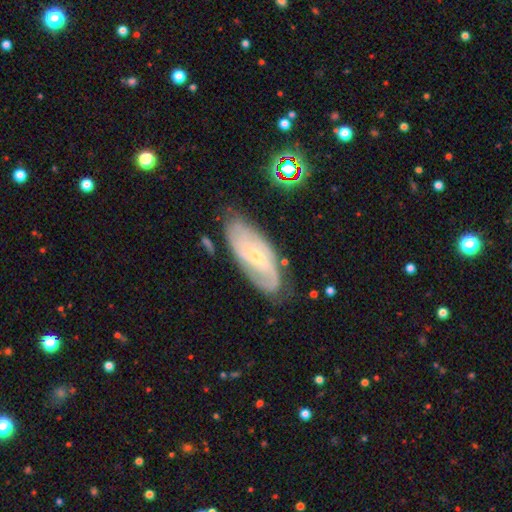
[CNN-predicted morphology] featured or disk 75%, smooth 17%, star or artifact 7%. Down the decision tree: edge-on disk — no (91%); bar — weak (46%); spiral arms — yes (90%); spiral arm count — 2 (47%); spiral winding — tight (44%); bulge size — small (74%); merging — none (71%).